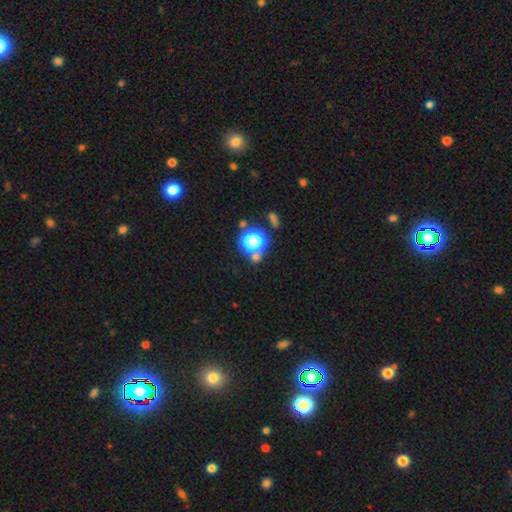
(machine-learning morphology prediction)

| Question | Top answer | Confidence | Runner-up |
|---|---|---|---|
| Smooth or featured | smooth | 51% | star or artifact (41%) |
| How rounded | round | 85% | in between (14%) |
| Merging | none | 68% | merger (18%) |